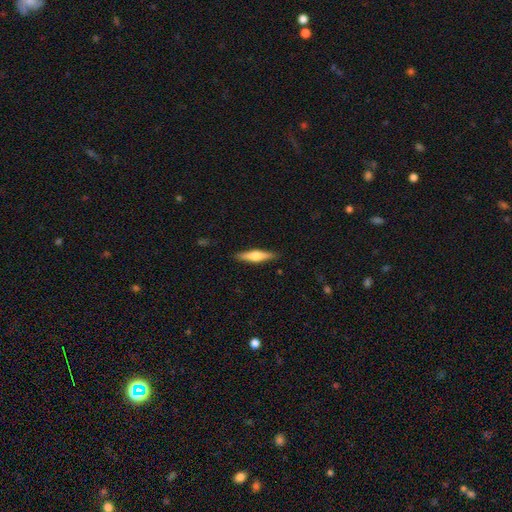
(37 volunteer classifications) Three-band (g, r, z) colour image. It shows a smooth galaxy with no disk features (51%) that is cigar-shaped (74%). Merging: none (81%).